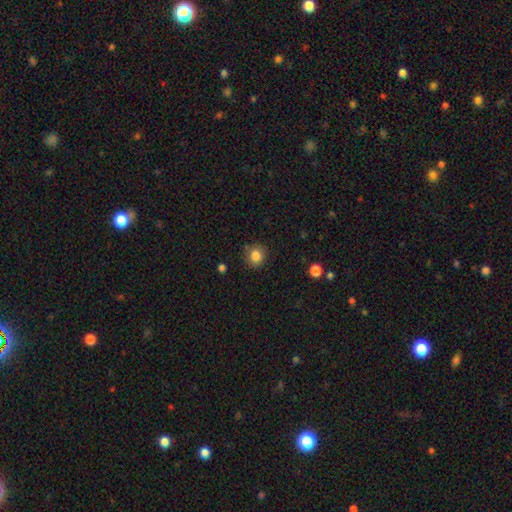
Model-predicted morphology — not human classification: Q: Smooth or featured?
A: smooth (84%); runner-up: star or artifact (11%)
Q: How rounded?
A: round (85%); runner-up: in between (14%)
Q: Merging?
A: none (85%); runner-up: minor disturbance (10%)